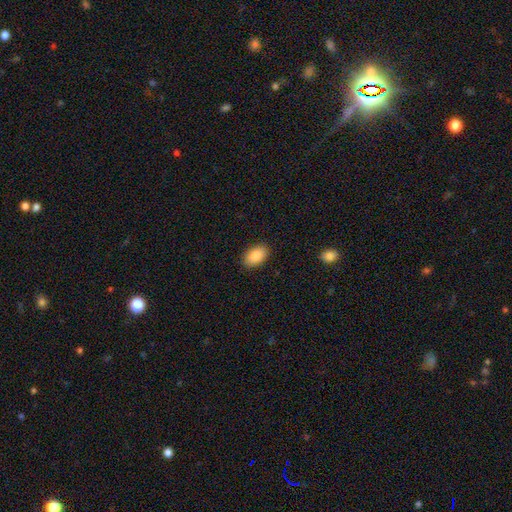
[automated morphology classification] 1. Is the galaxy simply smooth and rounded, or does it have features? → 89% smooth, 7% star or artifact, 4% featured or disk.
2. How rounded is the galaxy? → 92% in between, 6% round, 1% cigar-shaped.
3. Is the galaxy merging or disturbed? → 89% none, 8% minor disturbance, 2% major disturbance, 1% merger.